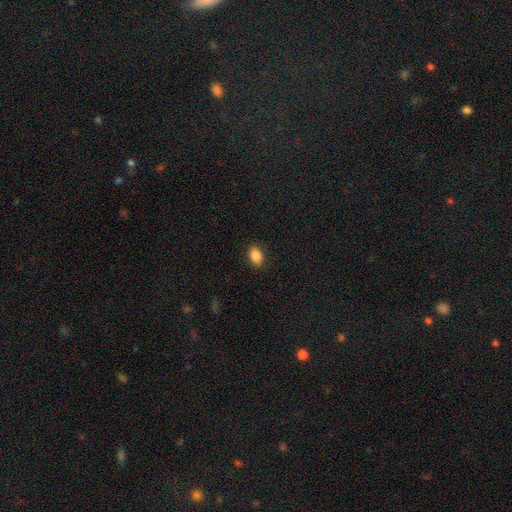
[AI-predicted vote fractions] The model was most divided on "how rounded": in between: 80%, round: 19%, cigar-shaped: 1%. More confident: merging — none (89%); smooth or featured — smooth (87%).